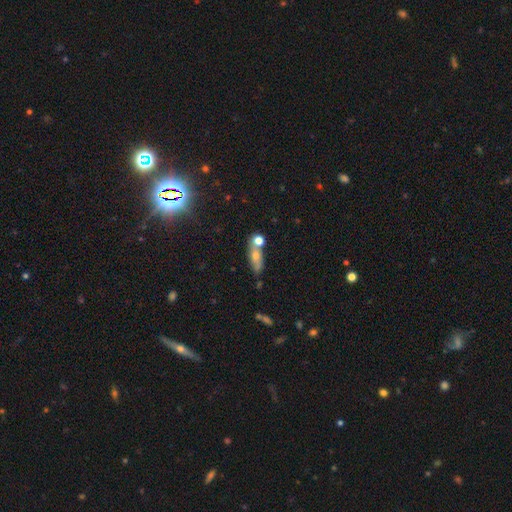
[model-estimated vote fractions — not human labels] Smooth or featured? smooth (65%)
How rounded? in between (56%)
Merging? none (52%)